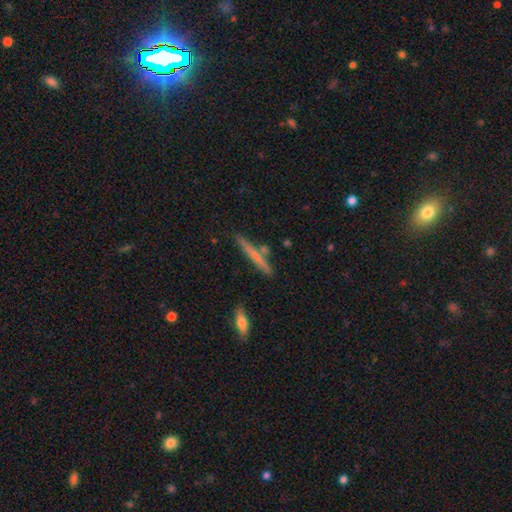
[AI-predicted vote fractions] A smooth galaxy with no disk features (58%) that is cigar-shaped (94%).

Vote fractions:
- Smooth or featured? smooth: 58% / featured or disk: 35% / star or artifact: 6%
- How rounded? cigar-shaped: 94% / in between: 4% / round: 2%
- Merging? none: 76% / minor disturbance: 11% / merger: 10% / major disturbance: 3%